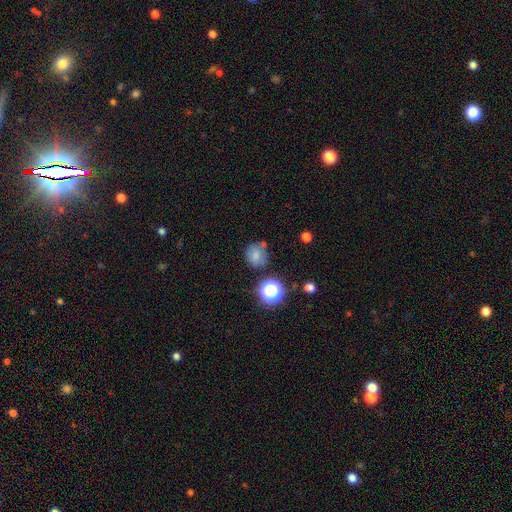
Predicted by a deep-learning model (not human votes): Q: Smooth or featured?
A: smooth (72%); runner-up: star or artifact (16%)
Q: How rounded?
A: round (80%); runner-up: in between (19%)
Q: Merging?
A: none (64%); runner-up: minor disturbance (21%)